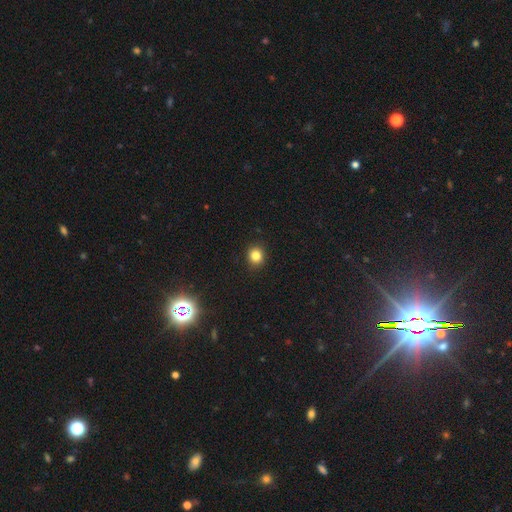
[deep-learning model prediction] Smooth or featured? smooth (83%)
How rounded? round (83%)
Merging? none (91%)